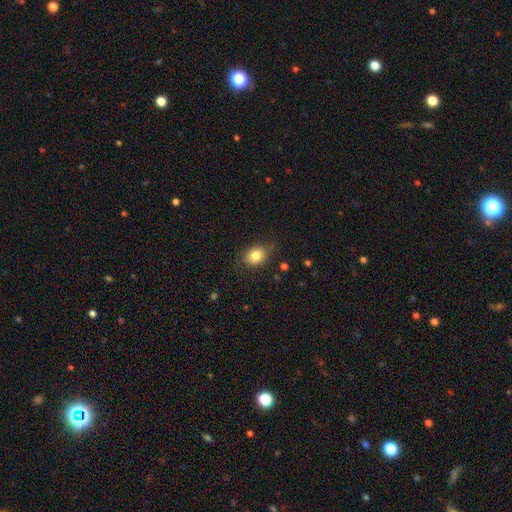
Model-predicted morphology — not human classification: The model was most divided on "how rounded": round: 53%, in between: 46%, cigar-shaped: 1%. More confident: smooth or featured — smooth (80%); merging — none (73%).